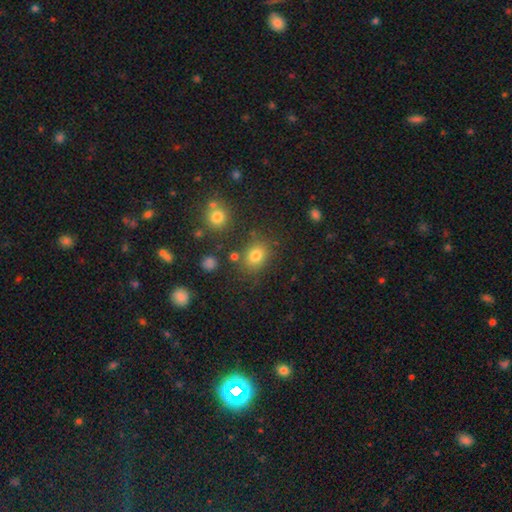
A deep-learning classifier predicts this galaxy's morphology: Q: Smooth or featured?
A: smooth (75%); runner-up: star or artifact (17%)
Q: How rounded?
A: round (55%); runner-up: in between (44%)
Q: Merging?
A: none (76%); runner-up: minor disturbance (12%)